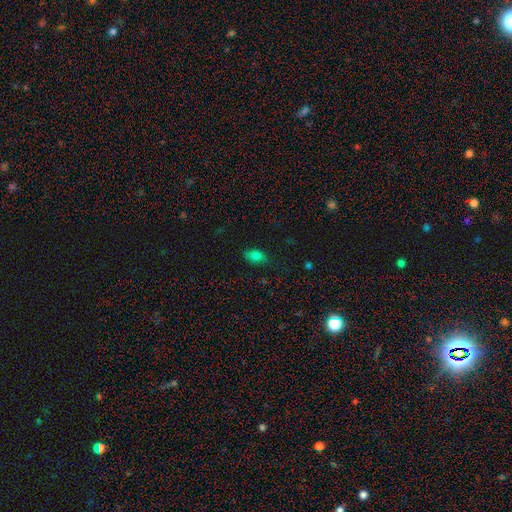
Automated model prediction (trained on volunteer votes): Overall: smooth (80%). How rounded: in between (88%). Merging: none (79%).